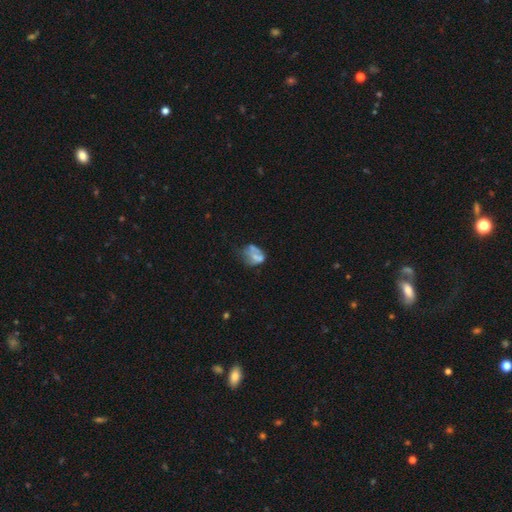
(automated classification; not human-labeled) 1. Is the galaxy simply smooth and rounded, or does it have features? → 48% smooth, 39% featured or disk, 13% star or artifact.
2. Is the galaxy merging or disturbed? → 30% none, 29% major disturbance, 26% minor disturbance, 15% merger.